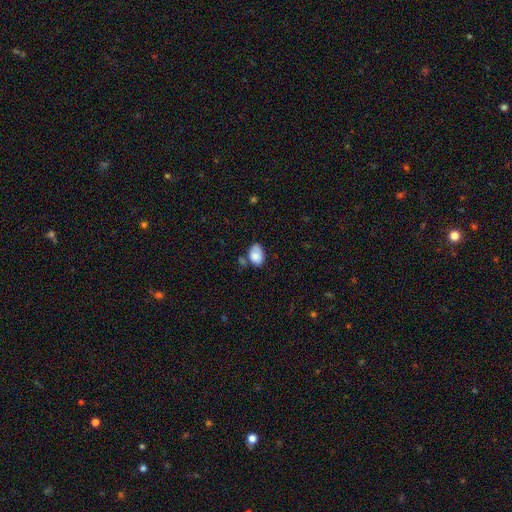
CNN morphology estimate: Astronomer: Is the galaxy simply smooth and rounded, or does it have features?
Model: smooth — 84%.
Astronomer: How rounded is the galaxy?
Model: in between — 87%.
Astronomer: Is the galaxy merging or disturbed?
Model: none — 53%.